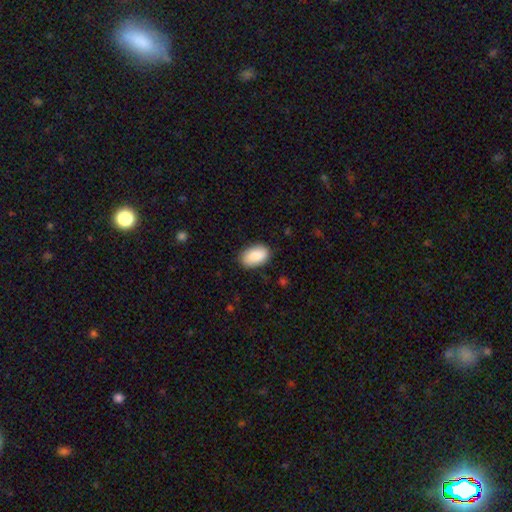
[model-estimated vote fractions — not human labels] Morphology: type=smooth (88%); roundness=in between (93%); merging=none (84%).